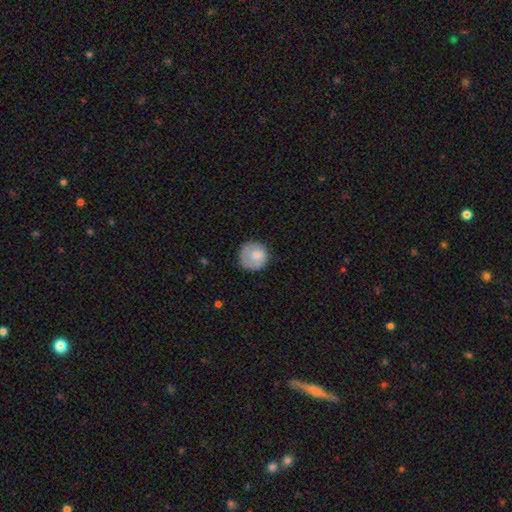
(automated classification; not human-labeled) A smooth galaxy with no disk features (73%) that is round (90%). Merging: none (73%).